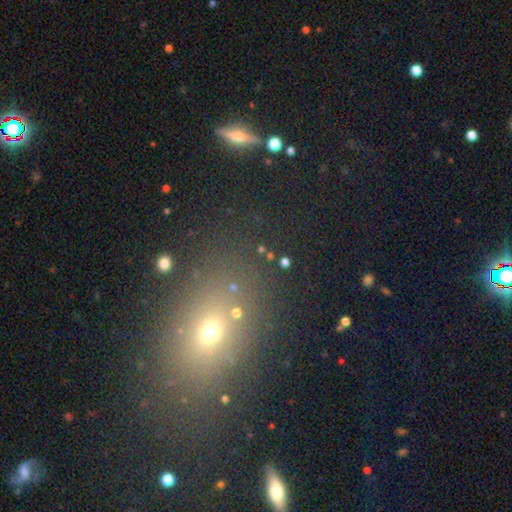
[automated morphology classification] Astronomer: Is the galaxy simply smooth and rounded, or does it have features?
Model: smooth — 47% (runner-up: star or artifact, 38%).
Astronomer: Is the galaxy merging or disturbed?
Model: none — 77%.